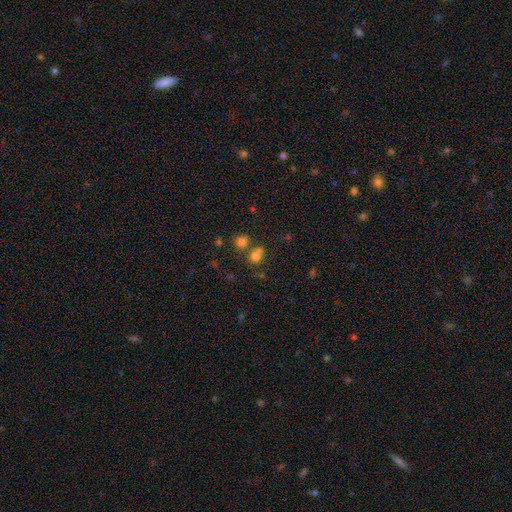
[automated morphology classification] This appears to be a smooth galaxy with no disk features (69%) that is round (78%). Merging: none (50%).